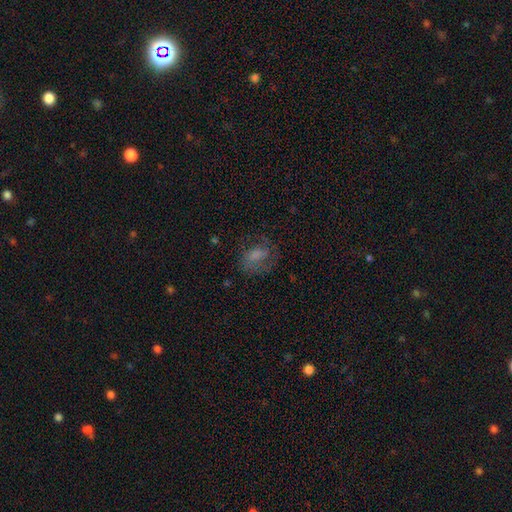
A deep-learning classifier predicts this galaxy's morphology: This appears to be a featured or disk galaxy (47%). Merging: none (56%).